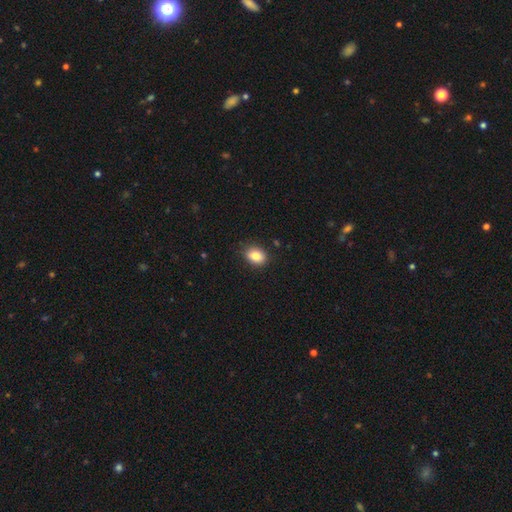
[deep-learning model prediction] Smooth or featured?
  - smooth: 83% *
  - star or artifact: 9%
  - featured or disk: 8%
How rounded?
  - in between: 66% *
  - round: 33%
  - cigar-shaped: 1%
Merging?
  - none: 87% *
  - minor disturbance: 10%
  - major disturbance: 2%
  - merger: 1%